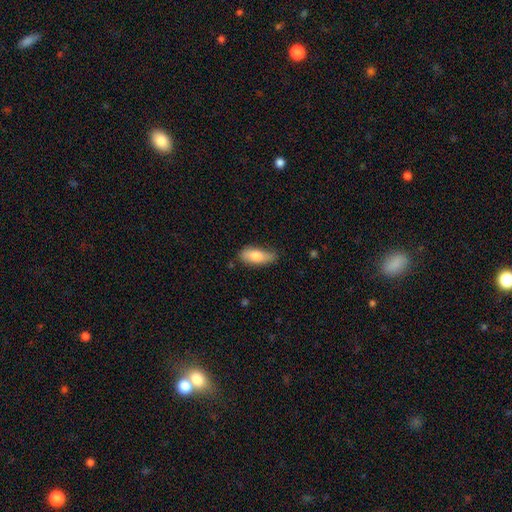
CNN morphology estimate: Q: Smooth or featured?
A: smooth (77%); runner-up: featured or disk (17%)
Q: How rounded?
A: in between (80%); runner-up: cigar-shaped (17%)
Q: Merging?
A: none (68%); runner-up: minor disturbance (25%)